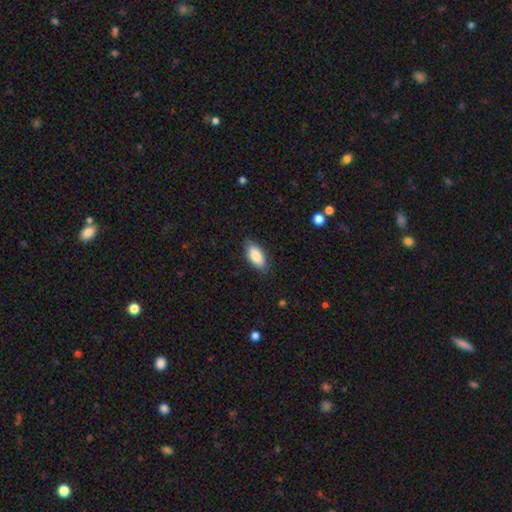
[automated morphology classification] A smooth galaxy with no disk features (85%) that is in between round and cigar-shaped (91%).

Vote fractions:
- Smooth or featured? smooth: 85% / featured or disk: 9% / star or artifact: 6%
- How rounded? in between: 91% / cigar-shaped: 6% / round: 2%
- Merging? none: 83% / minor disturbance: 14% / major disturbance: 3% / merger: 1%